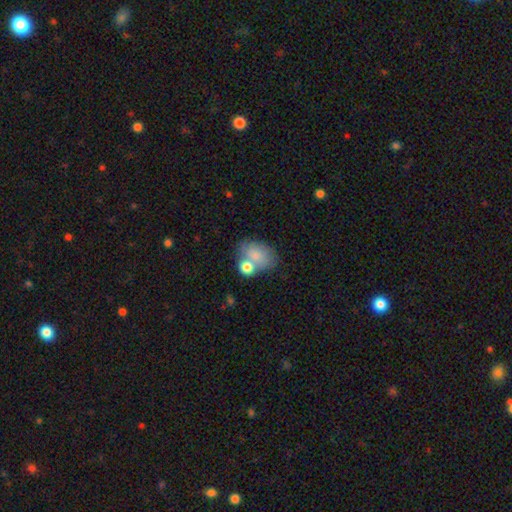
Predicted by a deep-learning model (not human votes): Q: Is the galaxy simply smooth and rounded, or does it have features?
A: smooth — 78%.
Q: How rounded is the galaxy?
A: in between — 78%.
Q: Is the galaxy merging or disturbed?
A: none — 41%.